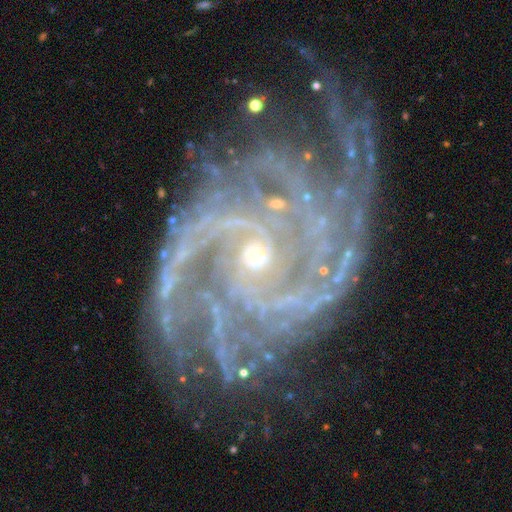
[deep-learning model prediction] Smooth or featured? featured or disk (91%)
Edge-on disk? no (98%)
Bar? no (51%)
Spiral arms? yes (99%)
Spiral winding? tight (61%)
Spiral arm count? 4 (22%)
Bulge size? small (80%)
Merging? none (74%)